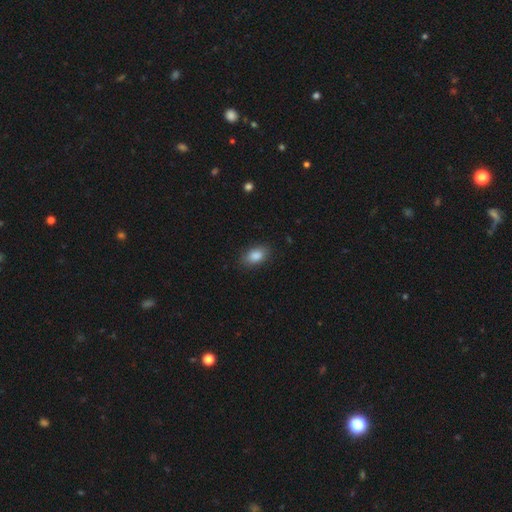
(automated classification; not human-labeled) Smooth or featured: smooth — 87% (star or artifact — 7%)
How rounded: in between — 89% (round — 8%)
Merging: none — 85% (minor disturbance — 11%)